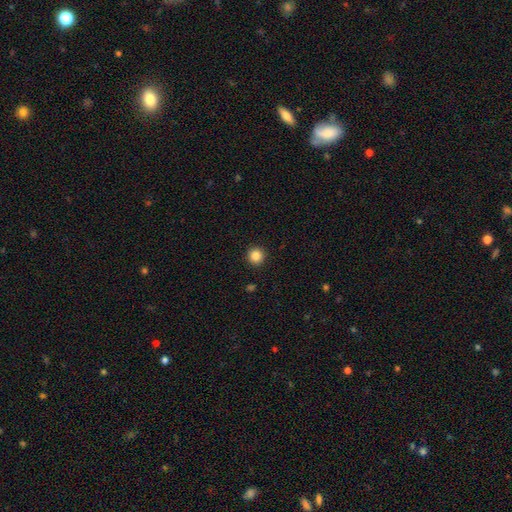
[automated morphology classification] type=smooth (85%); roundness=round (95%); merging=none (93%).